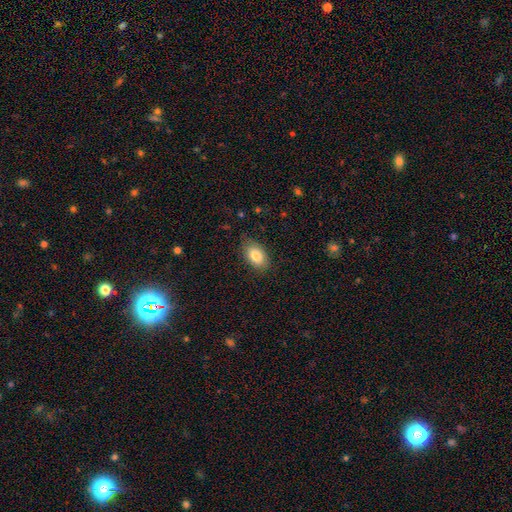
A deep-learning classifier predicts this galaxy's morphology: A smooth galaxy with no disk features (84%) that is in between round and cigar-shaped (91%).

Vote fractions:
- Smooth or featured? smooth: 84% / featured or disk: 9% / star or artifact: 7%
- How rounded? in between: 91% / round: 8% / cigar-shaped: 2%
- Merging? none: 81% / minor disturbance: 15% / major disturbance: 3% / merger: 1%